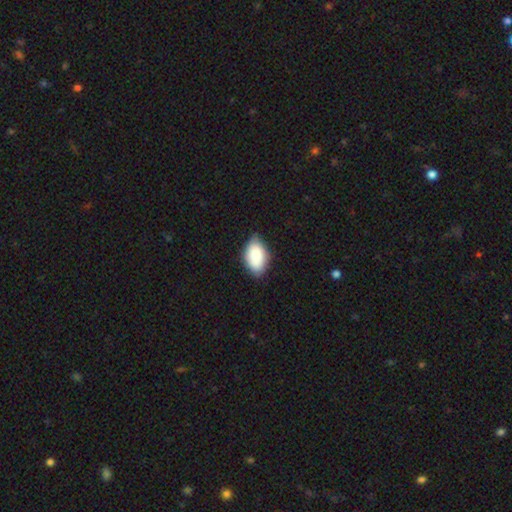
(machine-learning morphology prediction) Overall: smooth (83%). How rounded: in between (92%). Merging: none (71%).